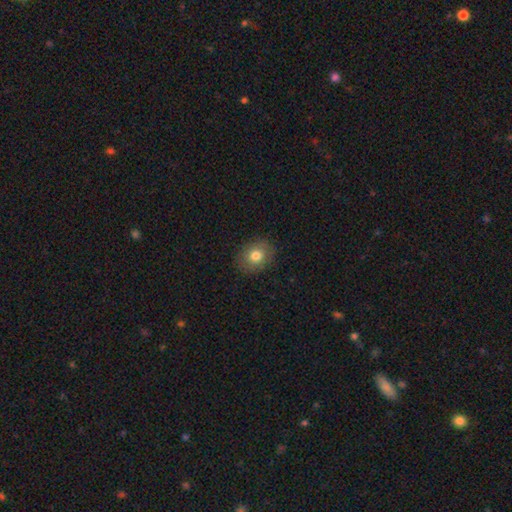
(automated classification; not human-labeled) Smooth or featured: smooth — 78% (featured or disk — 11%)
How rounded: round — 52% (in between — 47%)
Merging: none — 88% (minor disturbance — 9%)